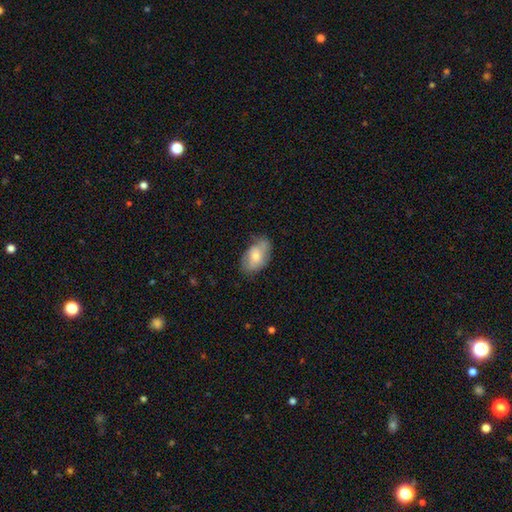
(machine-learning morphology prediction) Q: Smooth or featured?
A: smooth (58%); runner-up: featured or disk (35%)
Q: How rounded?
A: in between (90%); runner-up: round (8%)
Q: Merging?
A: none (63%); runner-up: minor disturbance (28%)